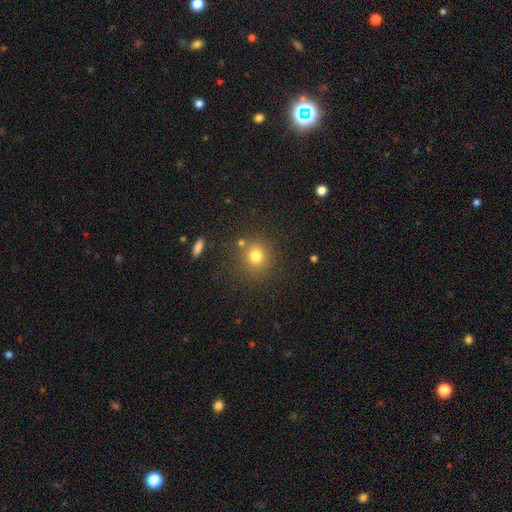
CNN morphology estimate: Smooth or featured?
  - smooth: 78% *
  - star or artifact: 14%
  - featured or disk: 8%
How rounded?
  - round: 87% *
  - in between: 12%
  - cigar-shaped: 1%
Merging?
  - none: 79% *
  - minor disturbance: 10%
  - merger: 8%
  - major disturbance: 4%